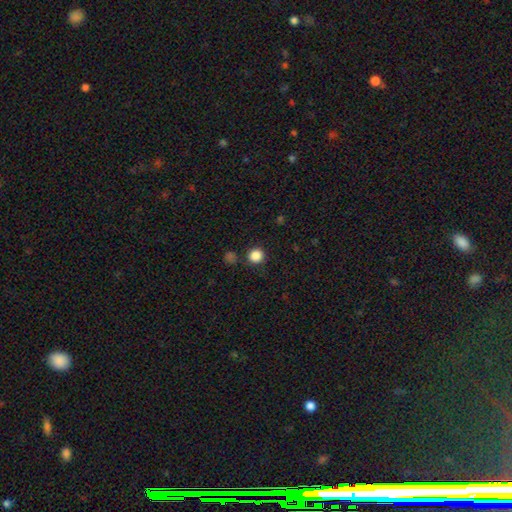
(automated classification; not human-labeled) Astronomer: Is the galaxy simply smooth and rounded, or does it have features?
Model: smooth — 86%.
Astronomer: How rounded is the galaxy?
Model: round — 93%.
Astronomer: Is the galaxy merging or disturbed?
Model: none — 85%.